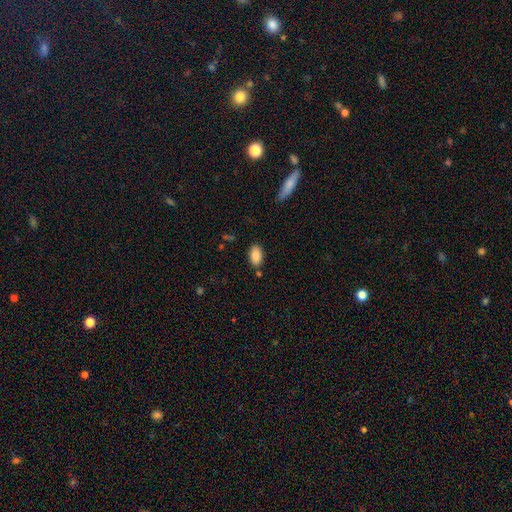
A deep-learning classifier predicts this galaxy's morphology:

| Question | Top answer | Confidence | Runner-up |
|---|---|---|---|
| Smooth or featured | smooth | 88% | star or artifact (7%) |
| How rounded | in between | 92% | round (5%) |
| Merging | none | 79% | minor disturbance (12%) |